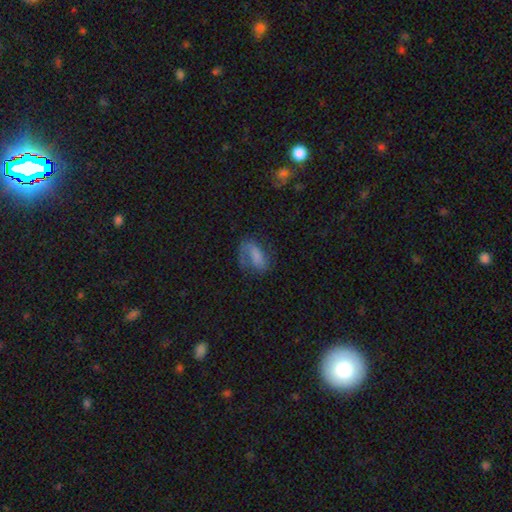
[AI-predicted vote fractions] The model was most divided on "smooth or featured": smooth: 49%, featured or disk: 40%, star or artifact: 11%. Remaining: merging — none (43%).